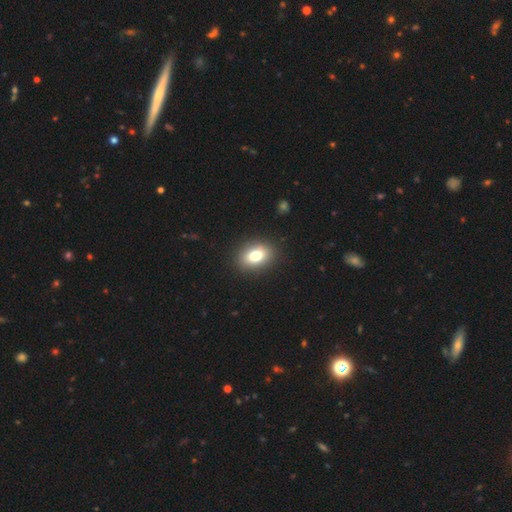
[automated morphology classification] Smooth or featured? smooth (78%)
How rounded? in between (76%)
Merging? none (89%)